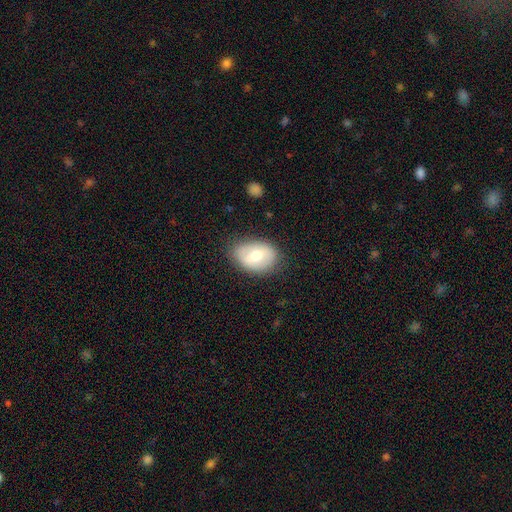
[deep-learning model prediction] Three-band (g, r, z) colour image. It shows a smooth galaxy with no disk features (59%) that is in between round and cigar-shaped (78%). Merging: none (78%).